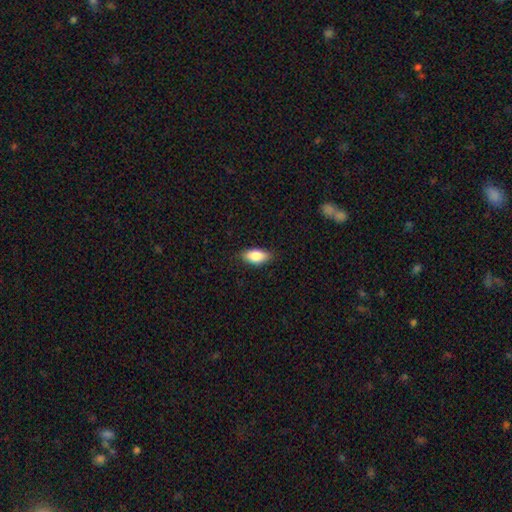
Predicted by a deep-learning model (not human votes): This appears to be a smooth galaxy with no disk features (86%) that is in between round and cigar-shaped (91%). Merging: none (85%).